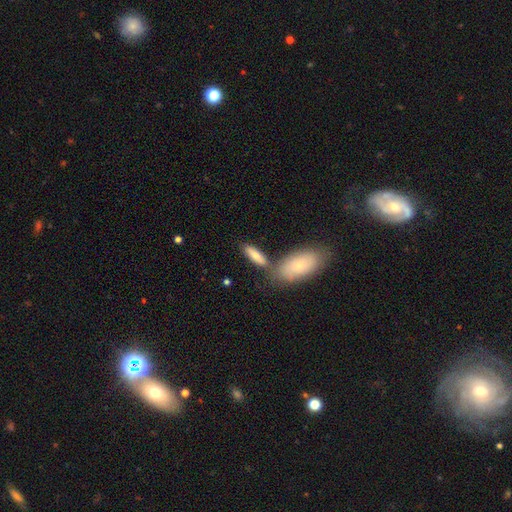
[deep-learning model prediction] This is likely a smooth galaxy (76%). How rounded: possibly in between (58%). Merging: possibly none (59%).